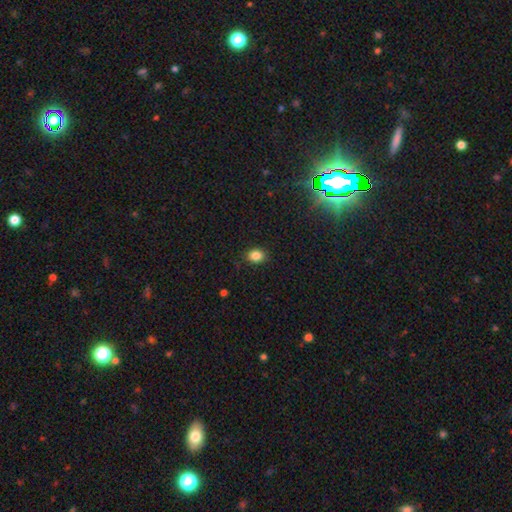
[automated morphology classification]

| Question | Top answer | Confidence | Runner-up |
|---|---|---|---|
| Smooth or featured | smooth | 84% | star or artifact (11%) |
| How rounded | round | 52% | in between (47%) |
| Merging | none | 87% | minor disturbance (10%) |